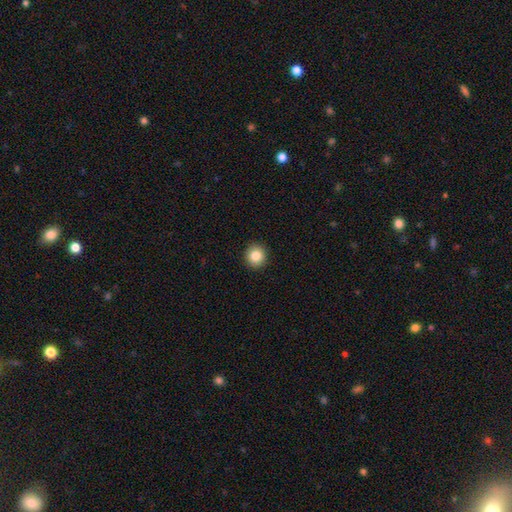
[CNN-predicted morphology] This is clearly a smooth galaxy (84%). How rounded: clearly round (92%). Merging: clearly none (93%).